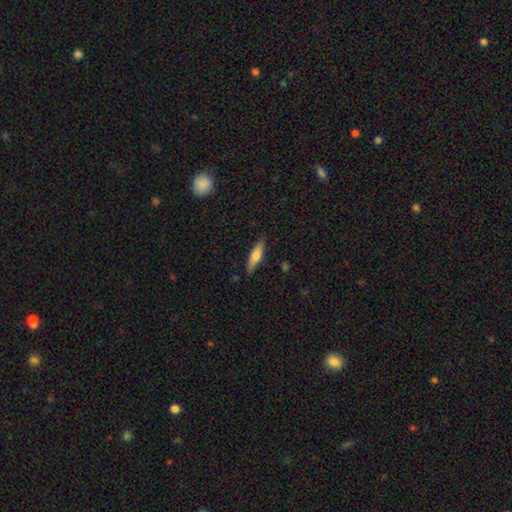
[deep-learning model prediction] A smooth galaxy with no disk features (61%) that is cigar-shaped (69%).

Vote fractions:
- Smooth or featured? smooth: 61% / featured or disk: 33% / star or artifact: 6%
- How rounded? cigar-shaped: 69% / in between: 29% / round: 2%
- Merging? none: 86% / minor disturbance: 11% / major disturbance: 2% / merger: 1%